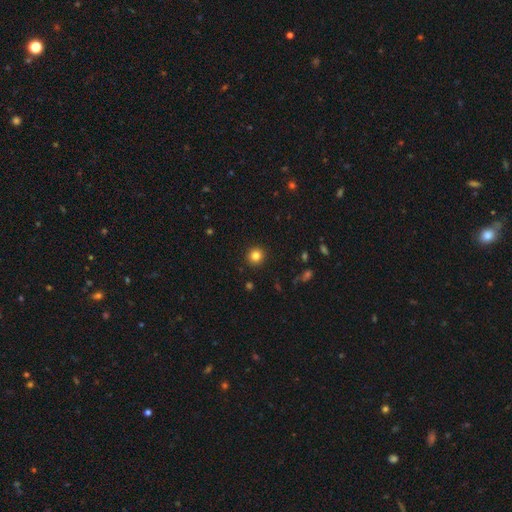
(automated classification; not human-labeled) This is clearly a smooth galaxy (83%). How rounded: clearly round (93%). Merging: clearly none (92%).